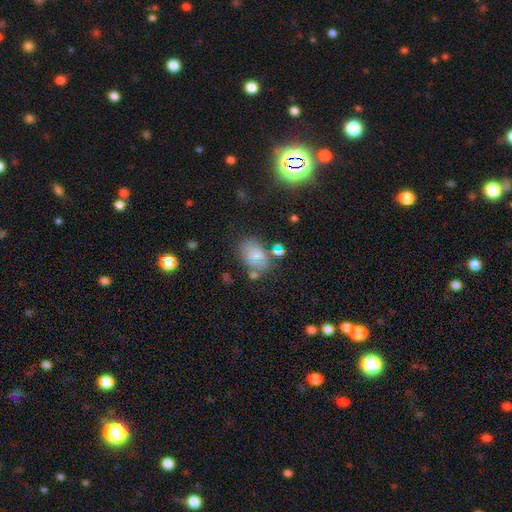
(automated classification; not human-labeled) A smooth galaxy with no disk features (69%) that is in between round and cigar-shaped (80%).

Vote fractions:
- Smooth or featured? smooth: 69% / featured or disk: 17% / star or artifact: 14%
- How rounded? in between: 80% / round: 19% / cigar-shaped: 1%
- Merging? none: 55% / minor disturbance: 21% / merger: 13% / major disturbance: 10%